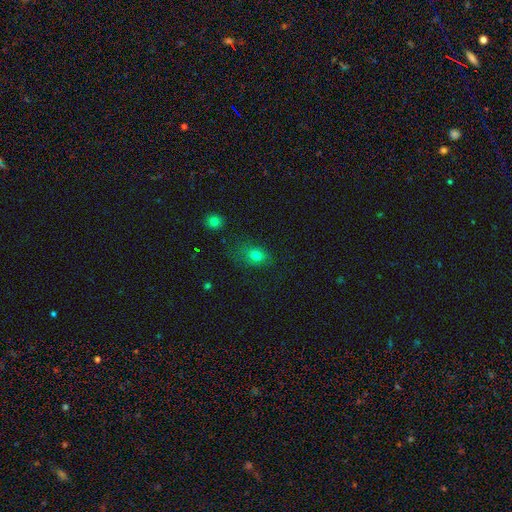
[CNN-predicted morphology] Smooth or featured: smooth — 76% (star or artifact — 15%)
How rounded: in between — 60% (round — 38%)
Merging: none — 68% (minor disturbance — 20%)